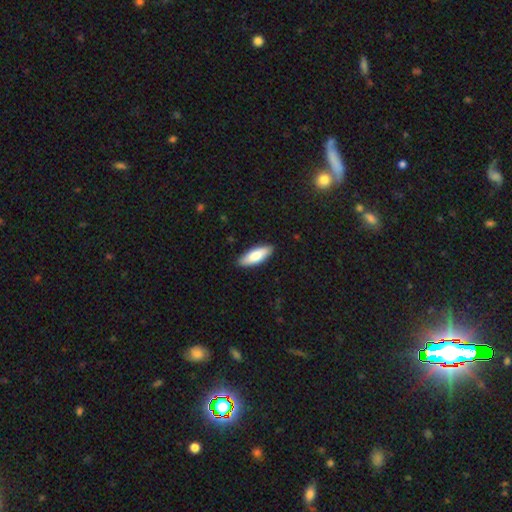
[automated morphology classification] Overall: smooth (81%). How rounded: in between (61%; cigar-shaped 37%). Merging: none (89%).